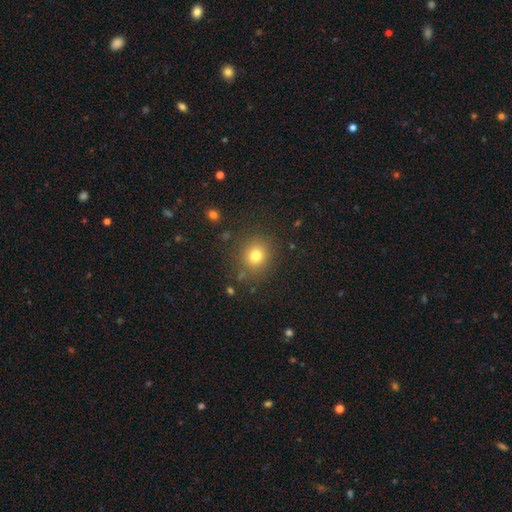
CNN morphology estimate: Q: Smooth or featured?
A: smooth (77%); runner-up: star or artifact (15%)
Q: How rounded?
A: round (86%); runner-up: in between (13%)
Q: Merging?
A: none (85%); runner-up: minor disturbance (9%)